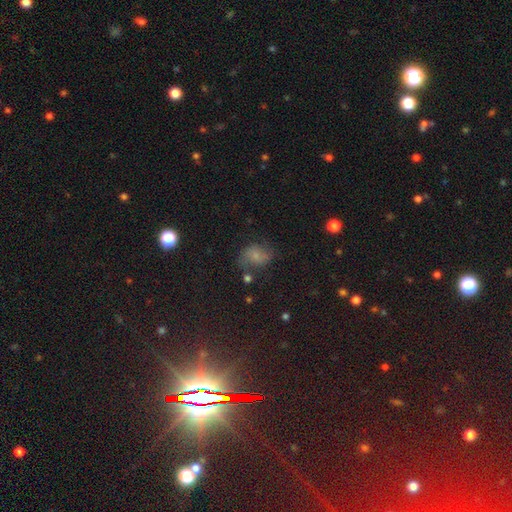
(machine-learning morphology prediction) type=smooth (49%); merging=none (55%).